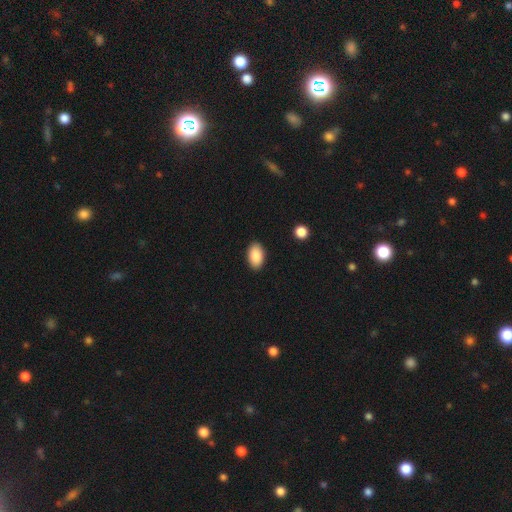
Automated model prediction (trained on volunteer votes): Smooth or featured? smooth (88%)
How rounded? in between (93%)
Merging? none (89%)